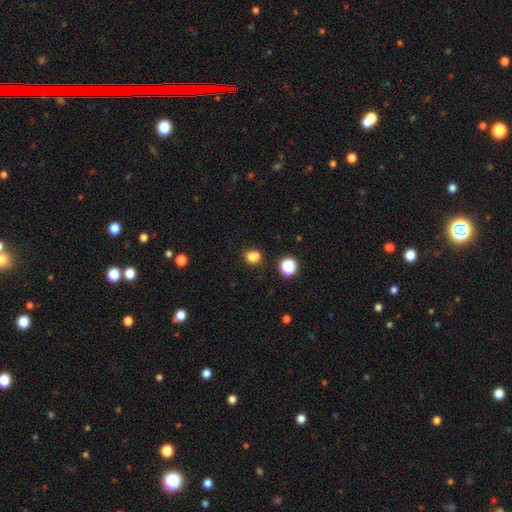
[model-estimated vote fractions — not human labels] smooth_or_featured: smooth (p=0.77) [alt: star or artifact p=0.15]
how_rounded: round (p=0.59) [alt: in between p=0.40]
merging: none (p=0.56) [alt: merger p=0.26]